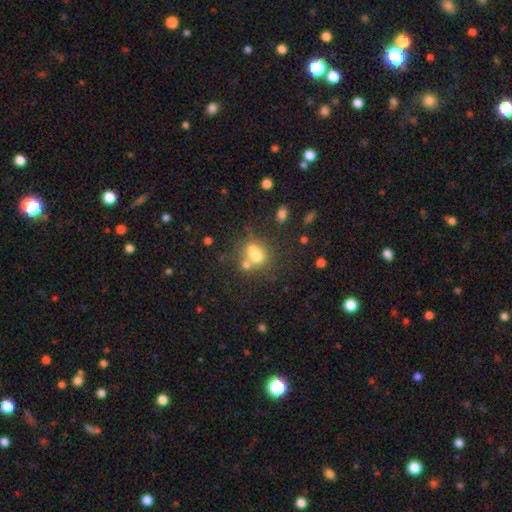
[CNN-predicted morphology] smooth-or-featured: smooth: 64% | featured or disk: 21% | star or artifact: 15%
  how-rounded: in between: 53% | round: 45% | cigar-shaped: 3%
  merging: merger: 44% | none: 36% | minor disturbance: 12% | major disturbance: 8%